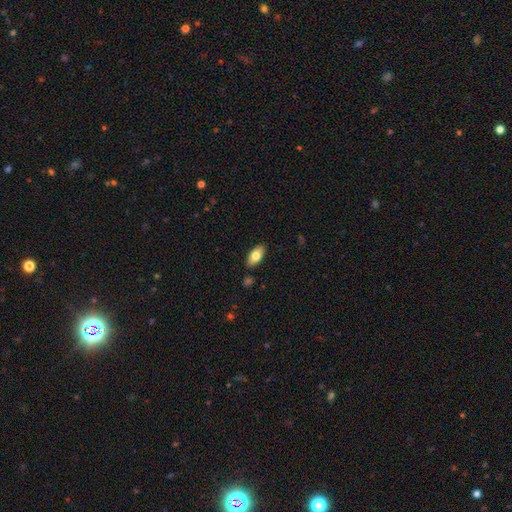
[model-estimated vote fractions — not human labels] Smooth or featured? Predicted: smooth (p=0.76). How rounded? Predicted: in between (p=0.91). Merging? Predicted: none (p=0.87).